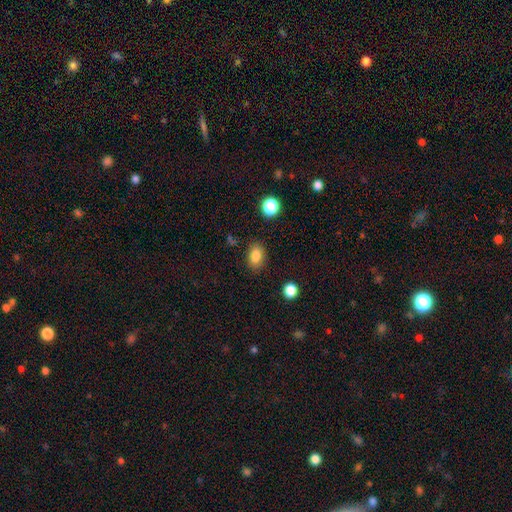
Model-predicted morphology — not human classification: Smooth or featured: smooth — 84% (star or artifact — 10%)
How rounded: in between — 79% (round — 19%)
Merging: none — 85% (minor disturbance — 10%)